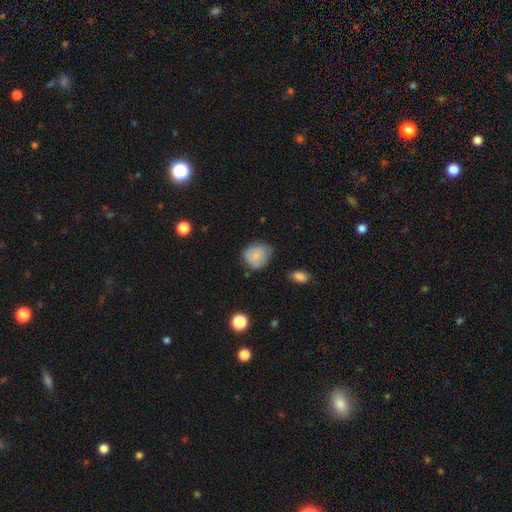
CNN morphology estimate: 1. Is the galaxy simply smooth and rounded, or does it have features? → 76% smooth, 16% featured or disk, 8% star or artifact.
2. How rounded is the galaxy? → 66% round, 33% in between, 1% cigar-shaped.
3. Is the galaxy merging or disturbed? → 59% none, 31% minor disturbance, 7% major disturbance, 2% merger.